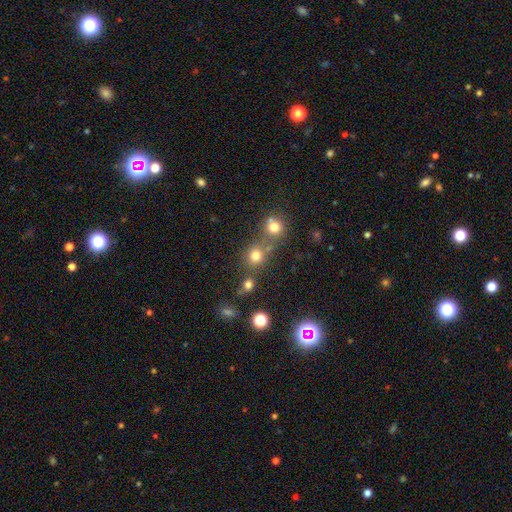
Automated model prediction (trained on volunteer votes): Smooth or featured? smooth (76%)
How rounded? round (87%)
Merging? none (61%)